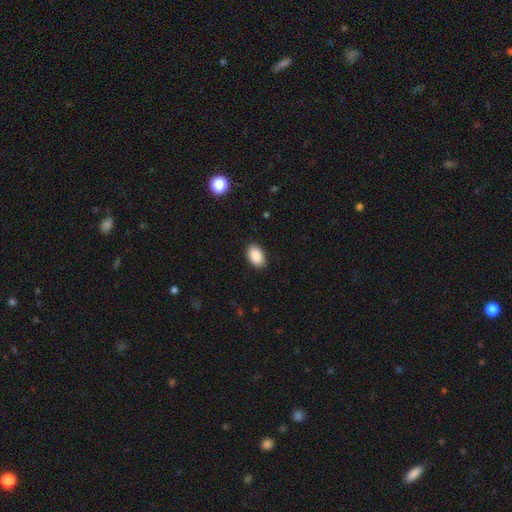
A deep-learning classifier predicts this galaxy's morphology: The model was most divided on "merging": none: 88%, minor disturbance: 9%, major disturbance: 2%, merger: 1%. More confident: how rounded — in between (93%); smooth or featured — smooth (90%).